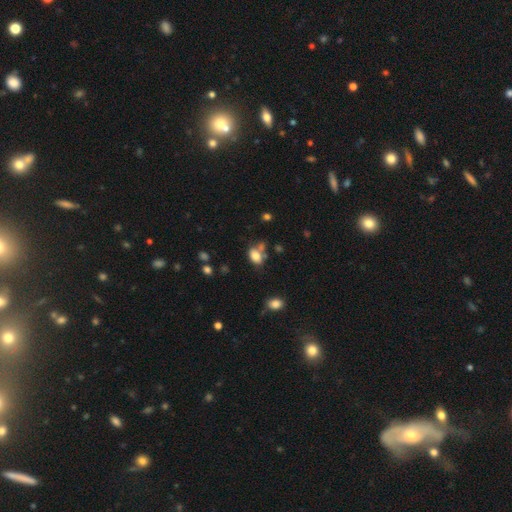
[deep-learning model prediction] smooth_or_featured: smooth (p=0.80) [alt: star or artifact p=0.11]
how_rounded: in between (p=0.82) [alt: round p=0.16]
merging: none (p=0.50) [alt: merger p=0.22]